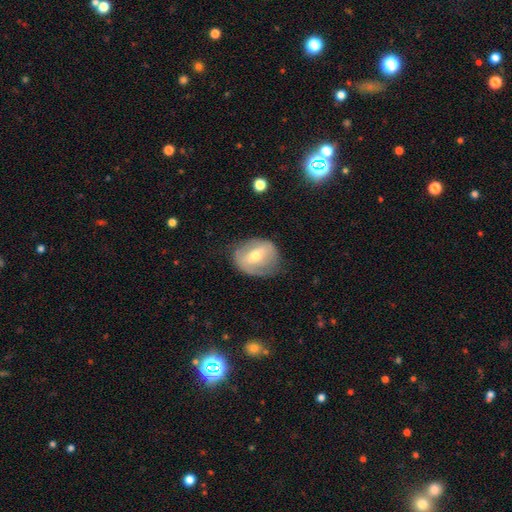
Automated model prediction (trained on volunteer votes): Smooth or featured: featured or disk — 59% (smooth — 34%)
Edge-on disk: no — 94% (yes — 6%)
Bar: weak — 41% (strong — 36%)
Spiral arms: yes — 57% (no — 43%)
Bulge size: moderate — 62% (small — 33%)
Merging: none — 66% (minor disturbance — 23%)